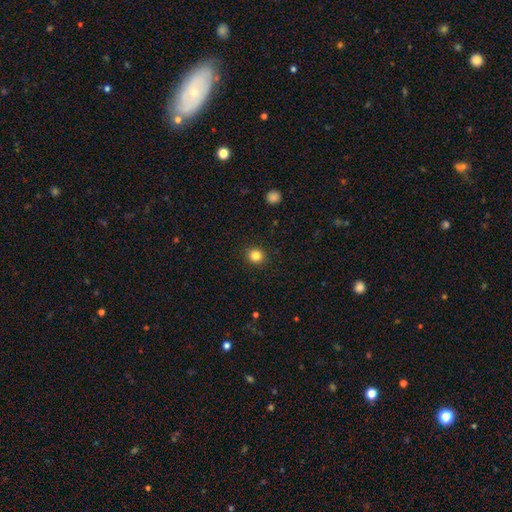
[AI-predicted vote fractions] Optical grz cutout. It shows a smooth galaxy with no disk features (84%) that is round (86%). Merging: none (91%).